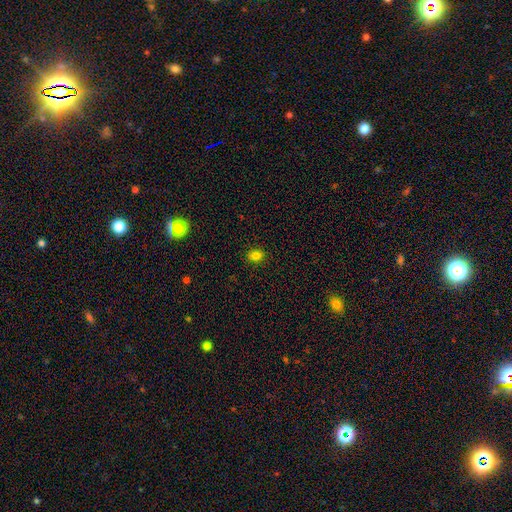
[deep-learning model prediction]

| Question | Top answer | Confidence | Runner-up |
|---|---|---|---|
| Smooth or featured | smooth | 81% | star or artifact (13%) |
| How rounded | in between | 50% | round (49%) |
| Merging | none | 89% | minor disturbance (8%) |